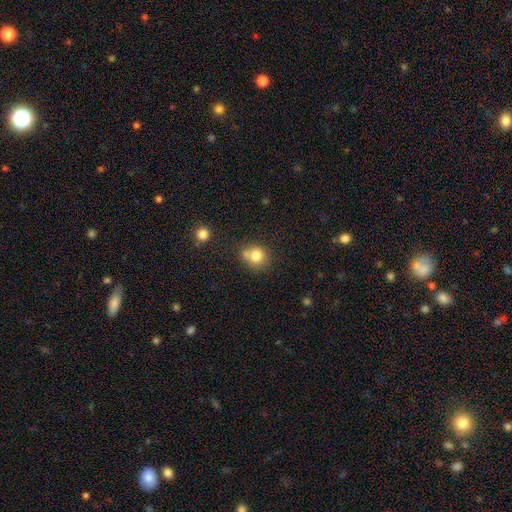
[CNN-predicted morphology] A smooth galaxy with no disk features (79%) that is round (84%). Merging: none (58%).